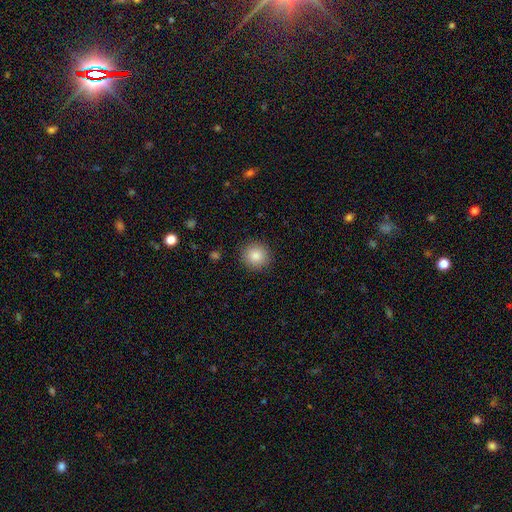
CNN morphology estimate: Overall: smooth (86%). How rounded: round (93%). Merging: none (91%).